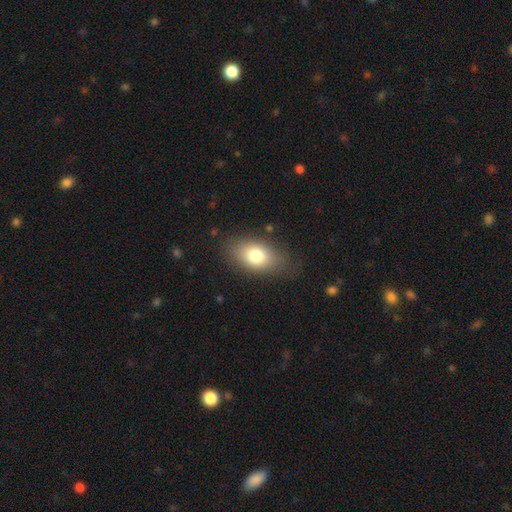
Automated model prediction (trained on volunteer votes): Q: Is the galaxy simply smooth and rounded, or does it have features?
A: smooth — 78%.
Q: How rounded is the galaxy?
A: in between — 87%.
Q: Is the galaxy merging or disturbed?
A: none — 78%.